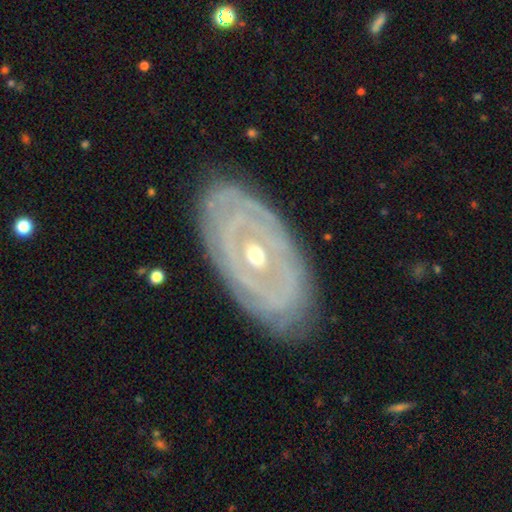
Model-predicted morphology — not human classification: Smooth or featured: featured or disk — 84% (smooth — 12%)
Edge-on disk: no — 92% (yes — 8%)
Bar: no — 61% (weak — 27%)
Spiral arms: yes — 76% (no — 24%)
Spiral winding: tight — 78% (medium — 16%)
Spiral arm count: can't tell — 47% (2 — 26%)
Bulge size: moderate — 54% (small — 43%)
Merging: none — 80% (minor disturbance — 15%)